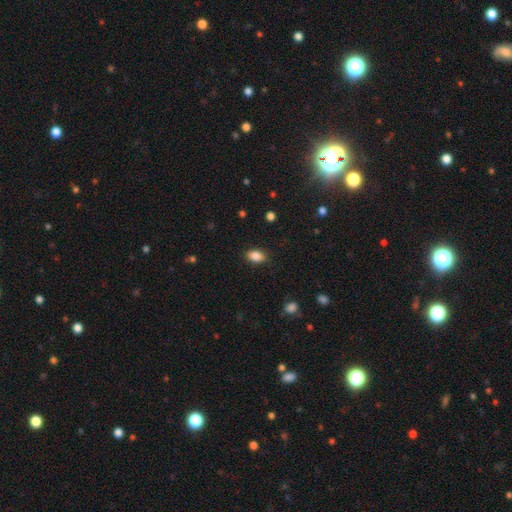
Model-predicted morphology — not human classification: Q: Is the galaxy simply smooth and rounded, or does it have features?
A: smooth — 87%.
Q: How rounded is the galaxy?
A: in between — 87%.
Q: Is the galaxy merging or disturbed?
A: none — 87%.